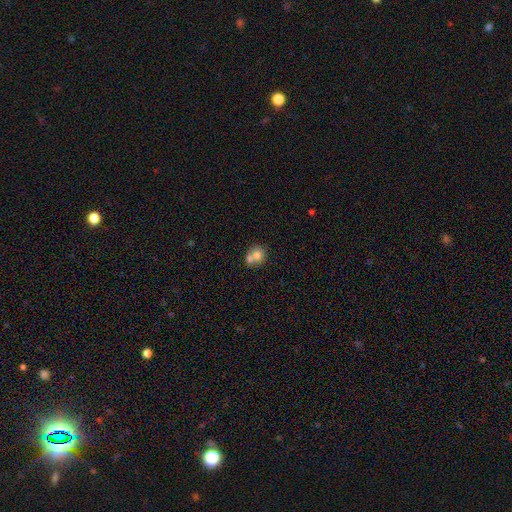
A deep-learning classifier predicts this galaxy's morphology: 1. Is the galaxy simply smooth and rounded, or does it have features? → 74% smooth, 17% featured or disk, 10% star or artifact.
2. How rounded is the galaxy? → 76% round, 23% in between, 1% cigar-shaped.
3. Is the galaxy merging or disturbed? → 52% merger, 36% none, 9% minor disturbance, 3% major disturbance.